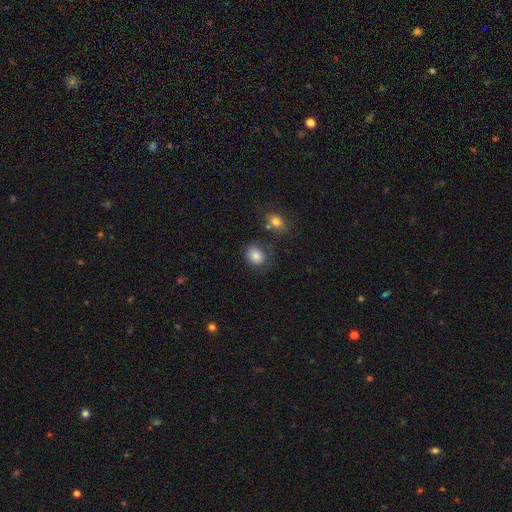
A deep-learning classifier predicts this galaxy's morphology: This is clearly a smooth galaxy (83%). How rounded: likely round (64%). Merging: likely none (64%).